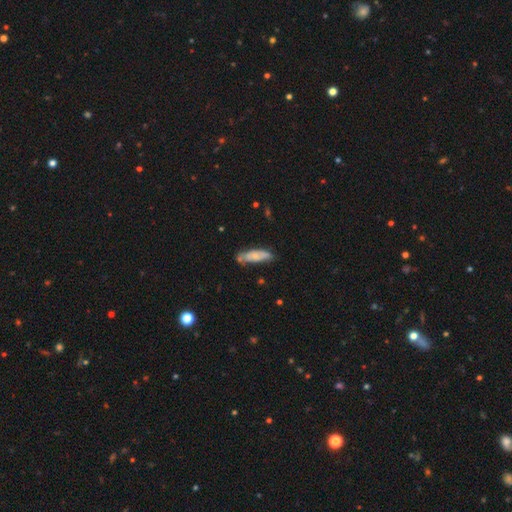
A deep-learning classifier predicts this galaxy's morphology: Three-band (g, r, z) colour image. It shows a smooth galaxy with no disk features (63%) that is cigar-shaped (51%). Merging: none (61%).